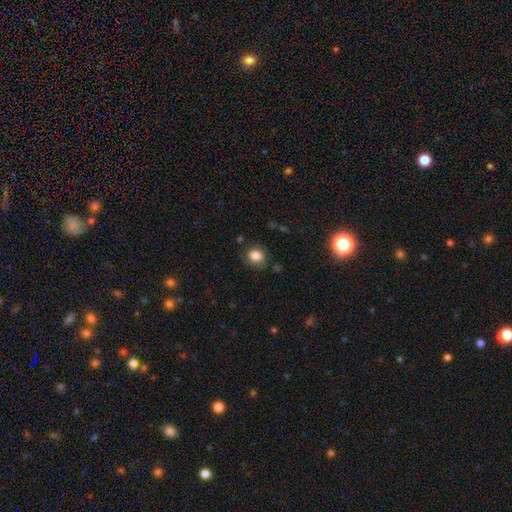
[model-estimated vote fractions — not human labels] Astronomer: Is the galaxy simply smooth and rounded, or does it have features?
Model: smooth — 82%.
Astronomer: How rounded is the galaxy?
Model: in between — 51% (runner-up: round, 47%).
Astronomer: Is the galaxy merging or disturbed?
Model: none — 77%.